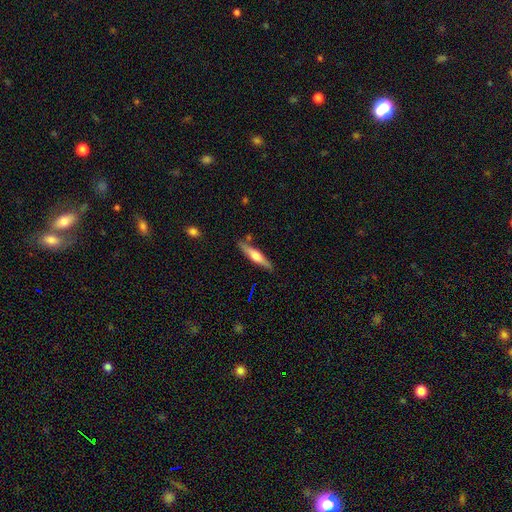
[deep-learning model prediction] smooth_or_featured: featured or disk (p=0.51) [alt: smooth p=0.43]
disk_edge_on: yes (p=0.95) [alt: no p=0.05]
merging: none (p=0.84) [alt: minor disturbance p=0.11]